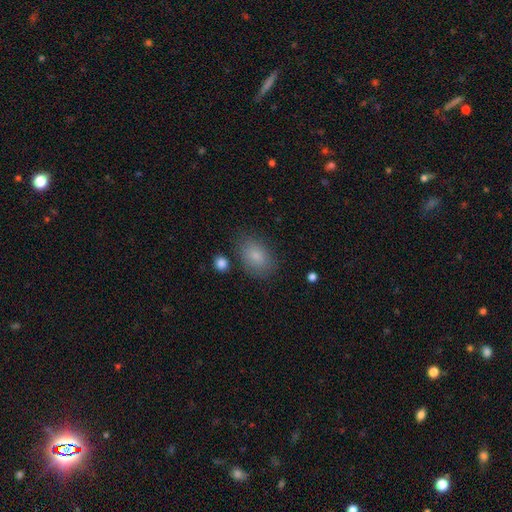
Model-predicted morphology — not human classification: type=smooth (83%); roundness=in between (84%); merging=none (77%).